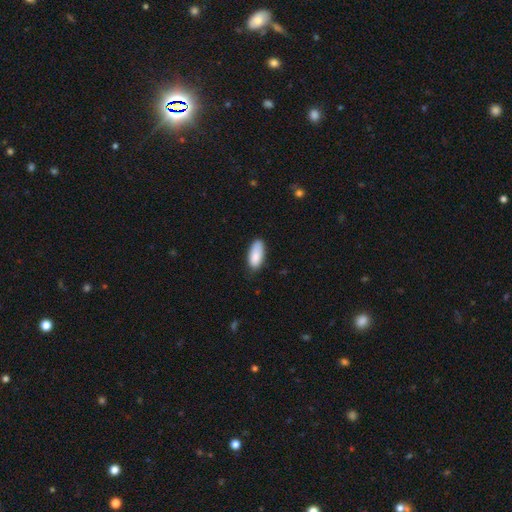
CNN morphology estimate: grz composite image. It shows a smooth galaxy with no disk features (86%) that is in between round and cigar-shaped (88%). Merging: none (72%).